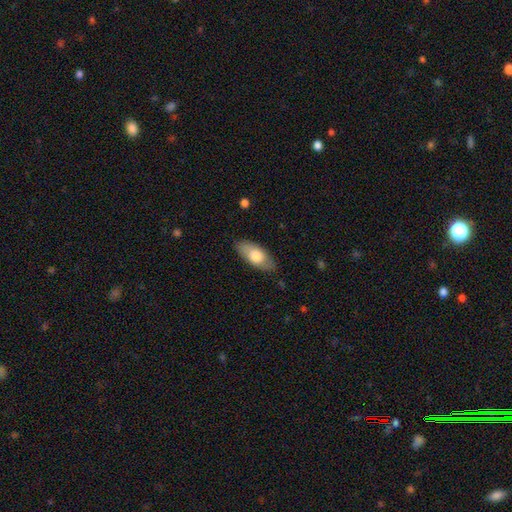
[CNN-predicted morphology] A smooth galaxy with no disk features (71%) that is in between round and cigar-shaped (86%).

Vote fractions:
- Smooth or featured? smooth: 71% / featured or disk: 23% / star or artifact: 6%
- How rounded? in between: 86% / cigar-shaped: 11% / round: 3%
- Merging? none: 83% / minor disturbance: 13% / major disturbance: 3% / merger: 1%